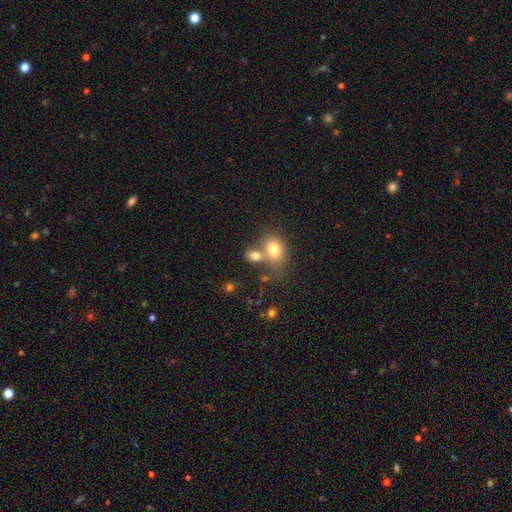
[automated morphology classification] smooth 77%, featured or disk 13%, star or artifact 11%. Down the decision tree: how rounded — in between (72%); merging — merger (46%).